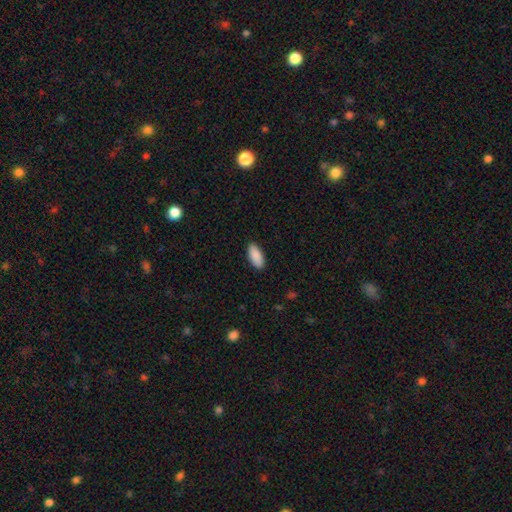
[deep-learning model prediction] Smooth or featured?
  - smooth: 90% *
  - star or artifact: 6%
  - featured or disk: 4%
How rounded?
  - in between: 87% *
  - cigar-shaped: 11%
  - round: 2%
Merging?
  - none: 89% *
  - minor disturbance: 8%
  - major disturbance: 2%
  - merger: 1%